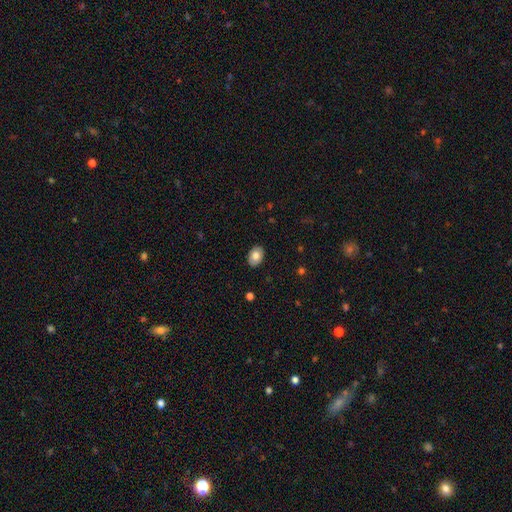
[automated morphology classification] A smooth galaxy with no disk features (78%) that is in between round and cigar-shaped (82%).

Vote fractions:
- Smooth or featured? smooth: 78% / featured or disk: 15% / star or artifact: 7%
- How rounded? in between: 82% / round: 17% / cigar-shaped: 1%
- Merging? none: 88% / minor disturbance: 9% / major disturbance: 2% / merger: 1%